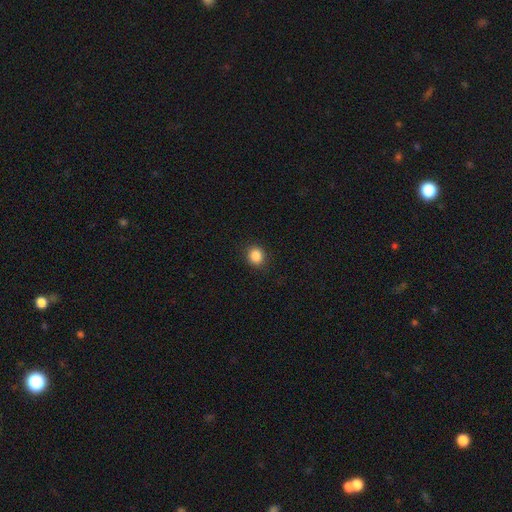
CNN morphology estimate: A smooth galaxy with no disk features (87%) that is round (83%). Merging: none (89%).